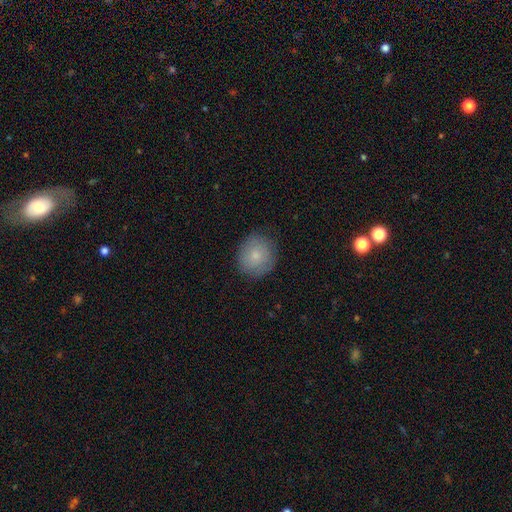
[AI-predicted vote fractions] Morphology: type=smooth (78%); roundness=round (85%); merging=none (84%).